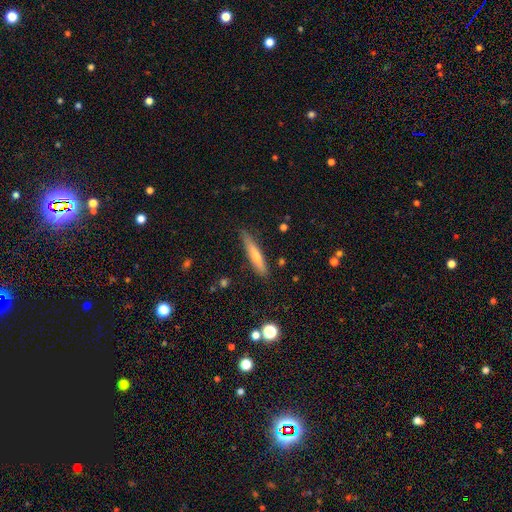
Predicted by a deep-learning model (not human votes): The model was most divided on "smooth or featured": smooth: 55%, featured or disk: 38%, star or artifact: 7%. More confident: how rounded — cigar-shaped (91%); merging — none (84%).